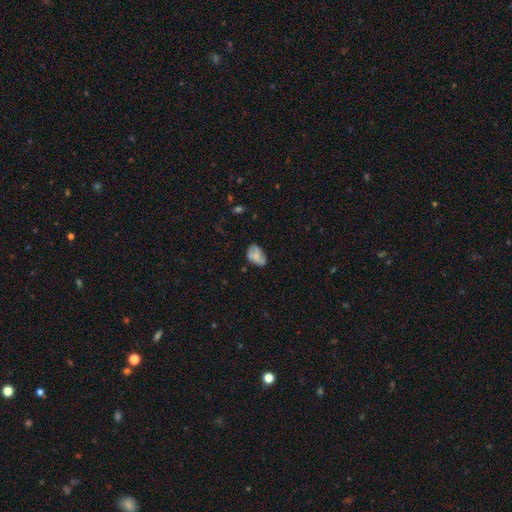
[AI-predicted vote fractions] A smooth galaxy with no disk features (60%) that is in between round and cigar-shaped (87%). Merging: none (51%).